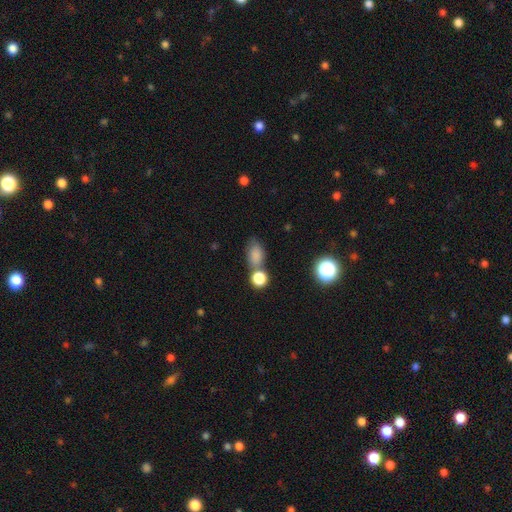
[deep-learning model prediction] The model was most divided on "merging": none: 50%, merger: 28%, minor disturbance: 16%, major disturbance: 6%. More confident: smooth or featured — smooth (81%); how rounded — in between (80%).